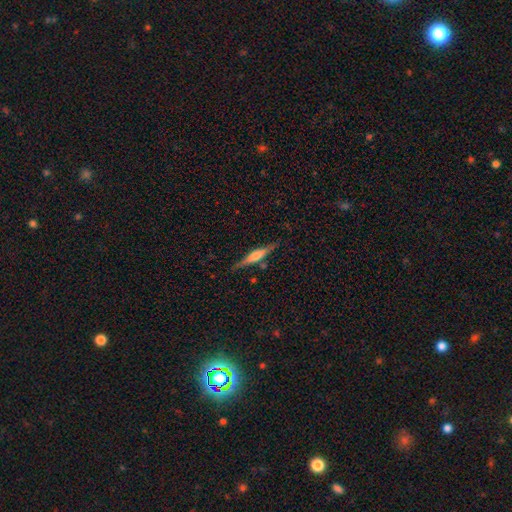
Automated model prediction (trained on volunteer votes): Smooth or featured? Predicted: featured or disk (p=0.64). Edge-on disk? Predicted: yes (p=0.96). Edge-on bulge? Predicted: rounded (p=0.76). Merging? Predicted: none (p=0.83).